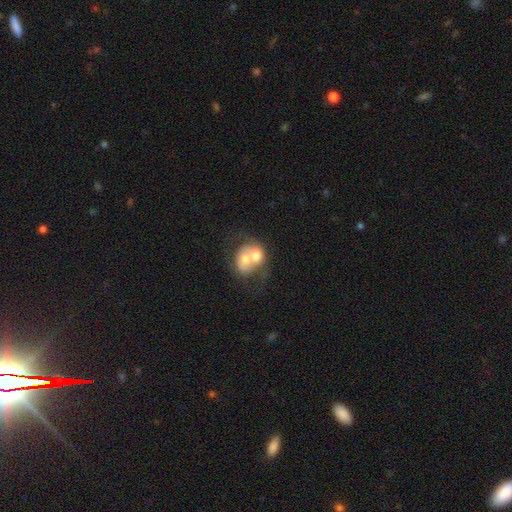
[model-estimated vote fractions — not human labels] This is possibly a smooth galaxy (50%). How rounded: possibly round (51%). Merging: likely merger (74%).